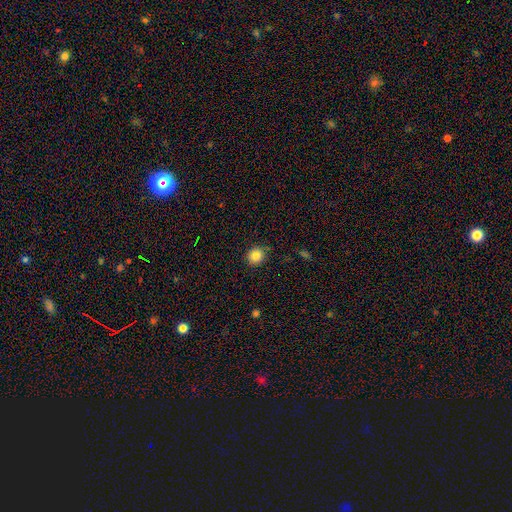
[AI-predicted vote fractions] Q: Smooth or featured?
A: smooth (84%); runner-up: star or artifact (10%)
Q: How rounded?
A: round (88%); runner-up: in between (11%)
Q: Merging?
A: none (89%); runner-up: minor disturbance (7%)